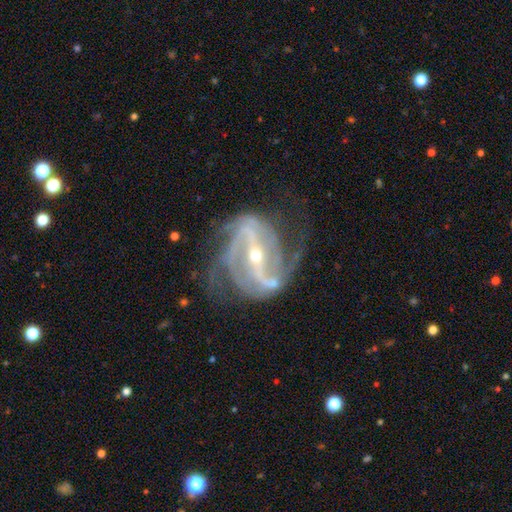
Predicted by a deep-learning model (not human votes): Smooth or featured?
  - featured or disk: 92% *
  - star or artifact: 5%
  - smooth: 3%
Edge-on disk?
  - no: 97% *
  - yes: 3%
Bar?
  - strong: 71% *
  - weak: 20%
  - no: 9%
Spiral arms?
  - yes: 97% *
  - no: 3%
Spiral winding?
  - medium: 50% *
  - loose: 28%
  - tight: 22%
Spiral arm count?
  - 2: 66% *
  - 3: 14%
  - can't tell: 8%
  - 4: 5%
  - 1: 4%
  - more than 4: 3%
Bulge size?
  - small: 67% *
  - moderate: 30%
  - large: 1%
  - none: 1%
  - dominant: 1%
Merging?
  - none: 60% *
  - minor disturbance: 20%
  - major disturbance: 18%
  - merger: 2%